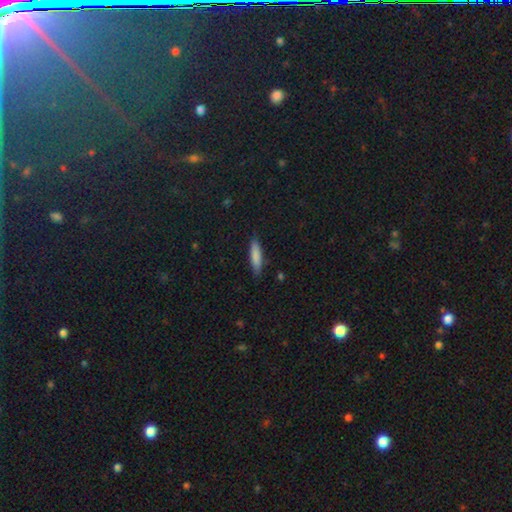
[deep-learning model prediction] This appears to be a smooth galaxy with no disk features (82%) that is cigar-shaped (74%). Merging: none (84%).